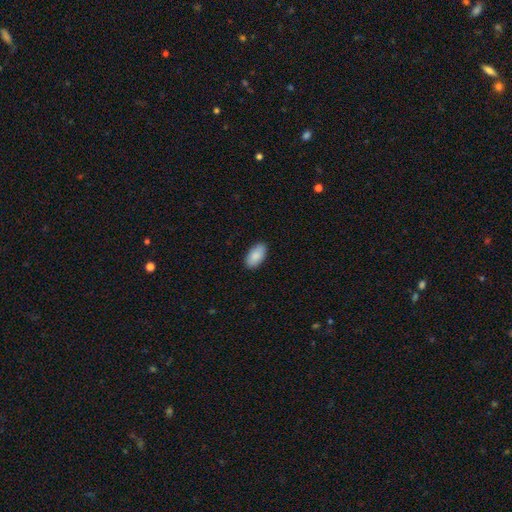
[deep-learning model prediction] Overall: smooth (89%). How rounded: in between (95%). Merging: none (89%).